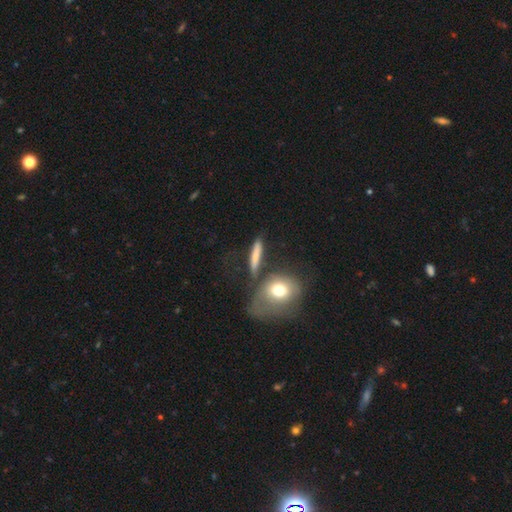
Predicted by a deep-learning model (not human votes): This appears to be a smooth galaxy with no disk features (66%) that is cigar-shaped (70%). Merging: none (62%).